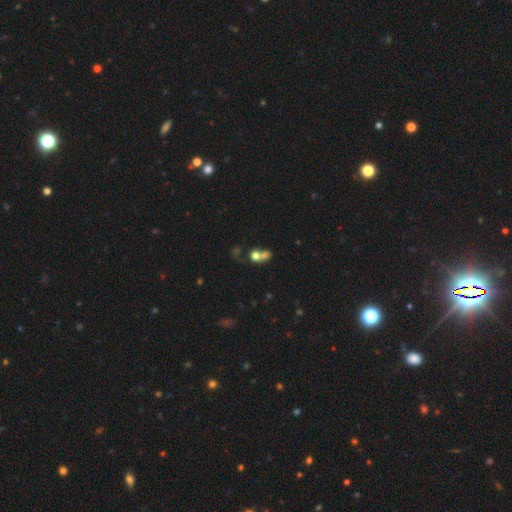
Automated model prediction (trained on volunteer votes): Smooth or featured? Predicted: smooth (p=0.64). How rounded? Predicted: round (p=0.69). Merging? Predicted: merger (p=0.58).